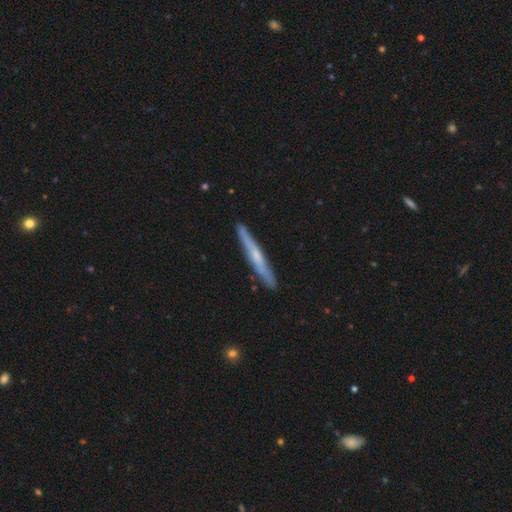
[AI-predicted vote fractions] featured or disk 57%, smooth 37%, star or artifact 6%. Down the decision tree: edge-on disk — yes (94%); edge-on bulge — rounded (48%); merging — none (89%).